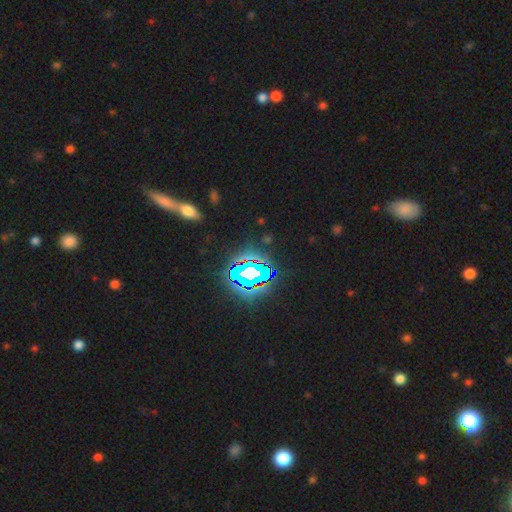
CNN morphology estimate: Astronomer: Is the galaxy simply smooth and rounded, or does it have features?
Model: star or artifact — 76%.